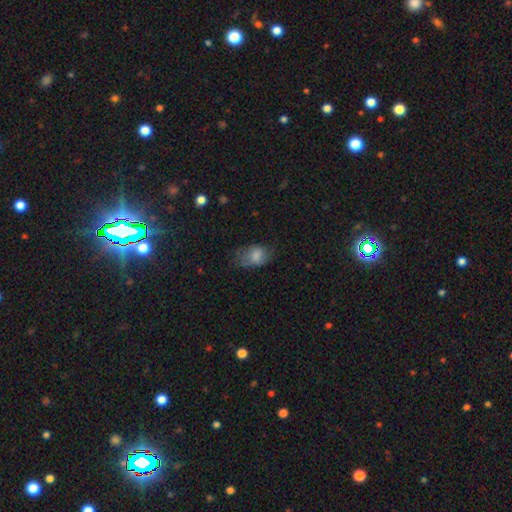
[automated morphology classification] smooth 75%, featured or disk 15%, star or artifact 9%. Down the decision tree: how rounded — in between (81%); merging — none (45%).